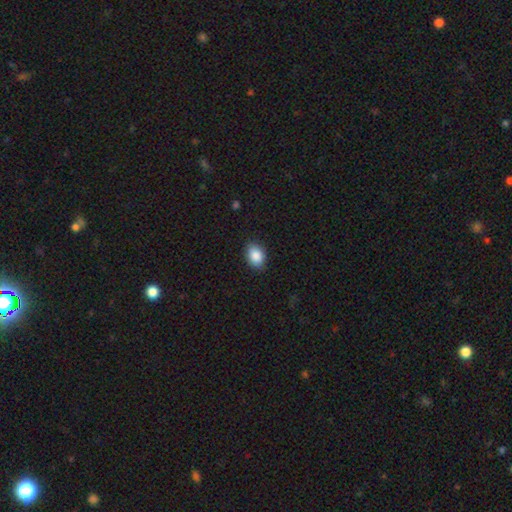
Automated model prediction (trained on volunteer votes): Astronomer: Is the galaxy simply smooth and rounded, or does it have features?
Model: smooth — 88%.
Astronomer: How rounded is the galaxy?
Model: in between — 81%.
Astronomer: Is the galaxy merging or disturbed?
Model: none — 87%.